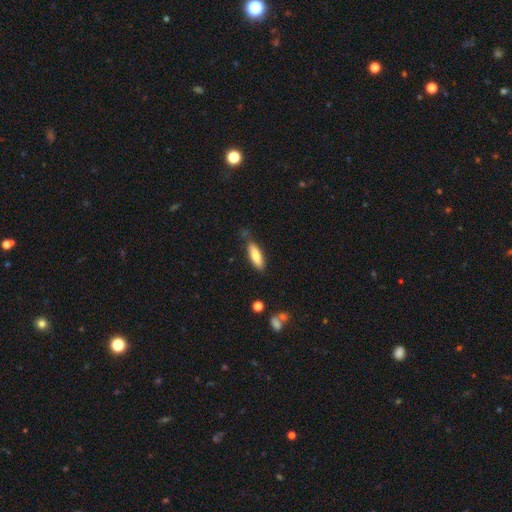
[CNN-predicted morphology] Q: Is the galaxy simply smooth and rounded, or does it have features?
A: smooth — 80%.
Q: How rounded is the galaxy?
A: cigar-shaped — 50%.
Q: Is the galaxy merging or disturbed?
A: none — 77%.